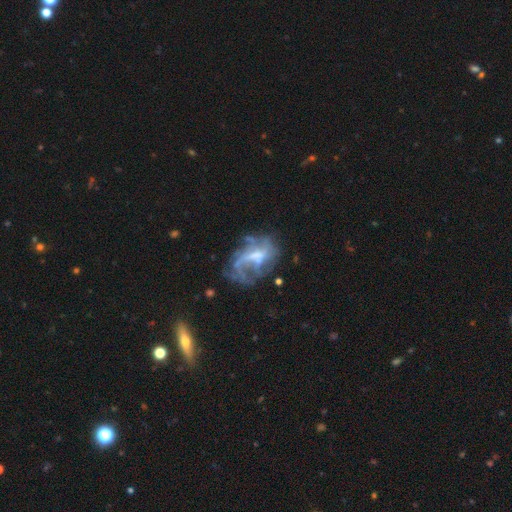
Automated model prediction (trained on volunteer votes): This appears to be a featured or disk galaxy (73%) with a weak bar (44%), spiral arms (62%) and no central bulge (35%). Merging: none (38%).